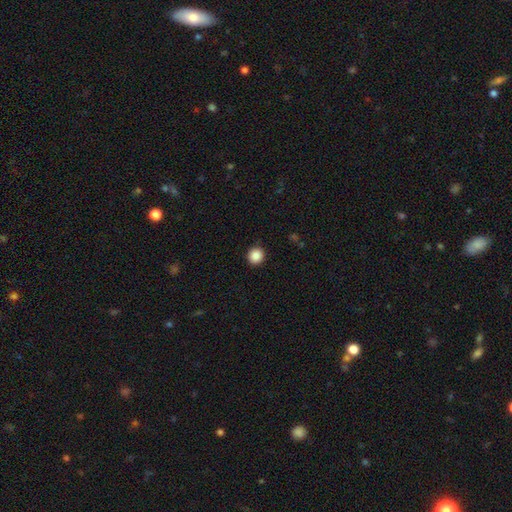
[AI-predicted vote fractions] Q: Smooth or featured?
A: smooth (88%); runner-up: star or artifact (9%)
Q: How rounded?
A: round (91%); runner-up: in between (8%)
Q: Merging?
A: none (91%); runner-up: minor disturbance (6%)